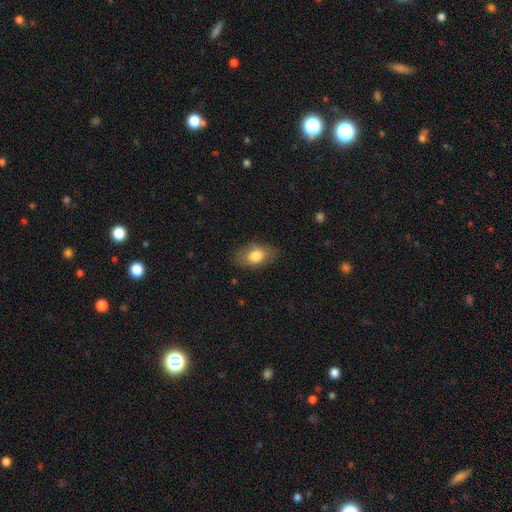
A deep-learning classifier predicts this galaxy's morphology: type=smooth (79%); roundness=in between (89%); merging=none (79%).